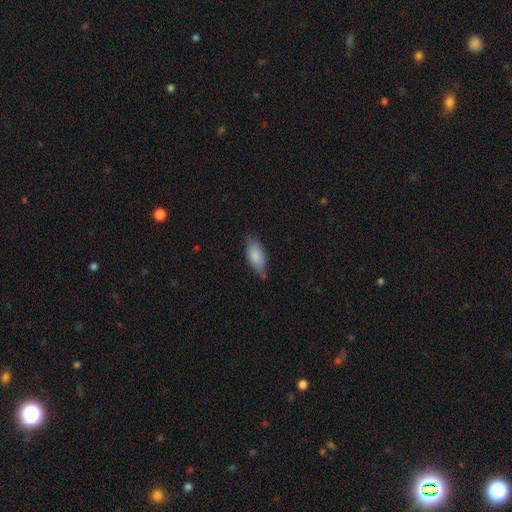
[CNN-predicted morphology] Smooth or featured?
  - smooth: 82% *
  - featured or disk: 11%
  - star or artifact: 6%
How rounded?
  - in between: 87% *
  - cigar-shaped: 11%
  - round: 2%
Merging?
  - none: 66% *
  - minor disturbance: 28%
  - major disturbance: 5%
  - merger: 2%